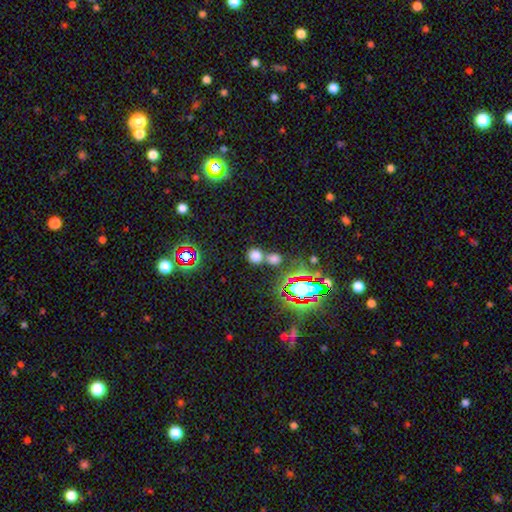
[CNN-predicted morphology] Smooth or featured? smooth (72%)
How rounded? round (81%)
Merging? none (56%)